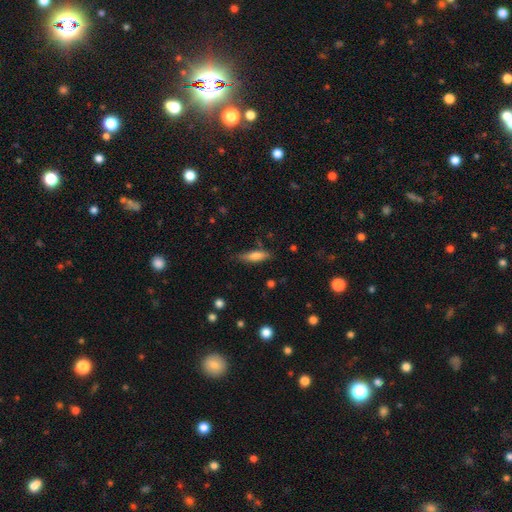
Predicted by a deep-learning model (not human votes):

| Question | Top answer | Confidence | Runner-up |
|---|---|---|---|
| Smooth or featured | smooth | 69% | featured or disk (24%) |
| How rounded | cigar-shaped | 63% | in between (35%) |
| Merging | none | 74% | minor disturbance (19%) |